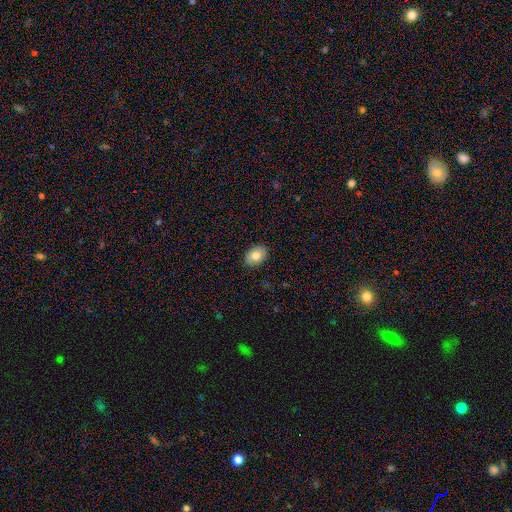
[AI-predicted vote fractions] A smooth galaxy with no disk features (79%) that is in between round and cigar-shaped (81%). Merging: none (89%).